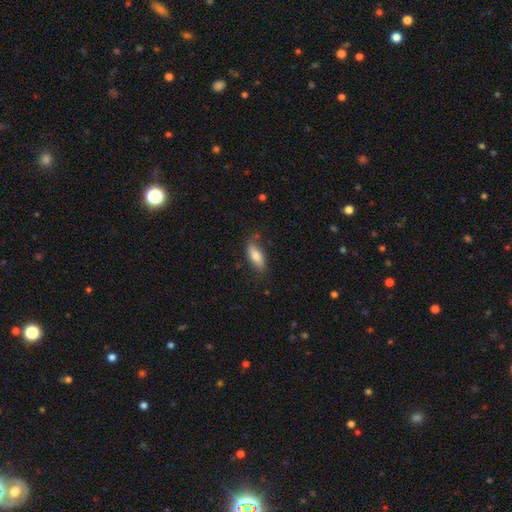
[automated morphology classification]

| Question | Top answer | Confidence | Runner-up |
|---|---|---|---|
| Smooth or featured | smooth | 75% | featured or disk (18%) |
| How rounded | in between | 75% | cigar-shaped (23%) |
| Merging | none | 69% | minor disturbance (23%) |